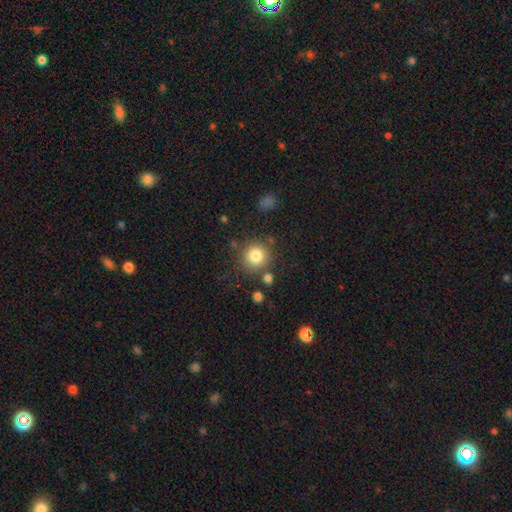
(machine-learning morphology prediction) smooth 82%, star or artifact 11%, featured or disk 8%. Down the decision tree: how rounded — round (92%); merging — none (80%).